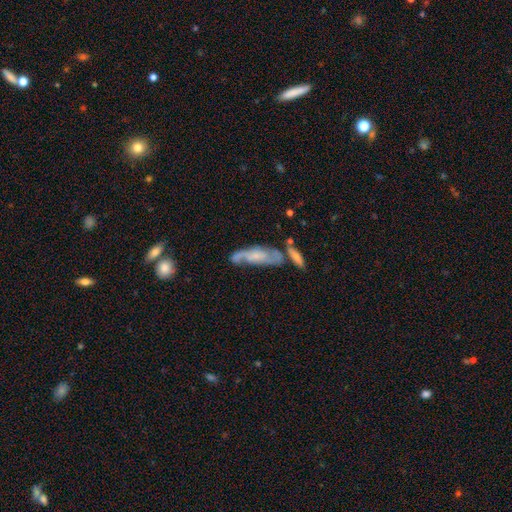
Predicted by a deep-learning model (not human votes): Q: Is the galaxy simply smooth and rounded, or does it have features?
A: featured or disk — 64%.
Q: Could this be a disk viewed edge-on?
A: no — 75%.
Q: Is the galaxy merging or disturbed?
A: none — 41%.